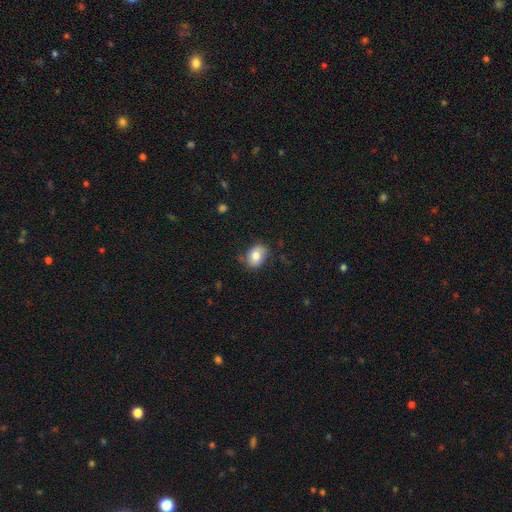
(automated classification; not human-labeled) A smooth galaxy with no disk features (77%) that is in between round and cigar-shaped (67%).

Vote fractions:
- Smooth or featured? smooth: 77% / featured or disk: 15% / star or artifact: 8%
- How rounded? in between: 67% / round: 32% / cigar-shaped: 1%
- Merging? none: 72% / minor disturbance: 21% / major disturbance: 6% / merger: 2%